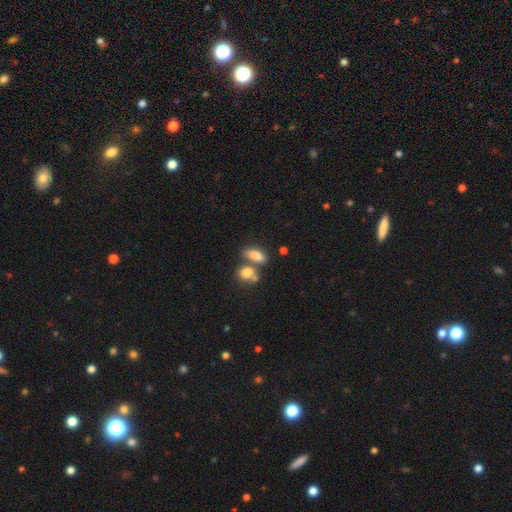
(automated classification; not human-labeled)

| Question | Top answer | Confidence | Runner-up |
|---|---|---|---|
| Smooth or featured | smooth | 81% | featured or disk (10%) |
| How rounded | in between | 77% | cigar-shaped (14%) |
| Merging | none | 48% | merger (34%) |